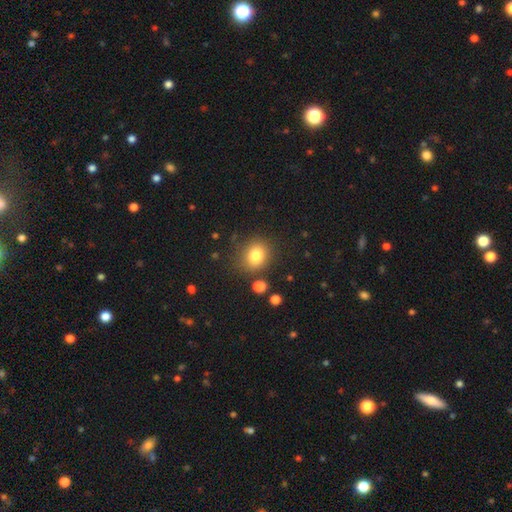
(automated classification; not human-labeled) Morphology: type=smooth (80%); roundness=round (69%); merging=none (80%).